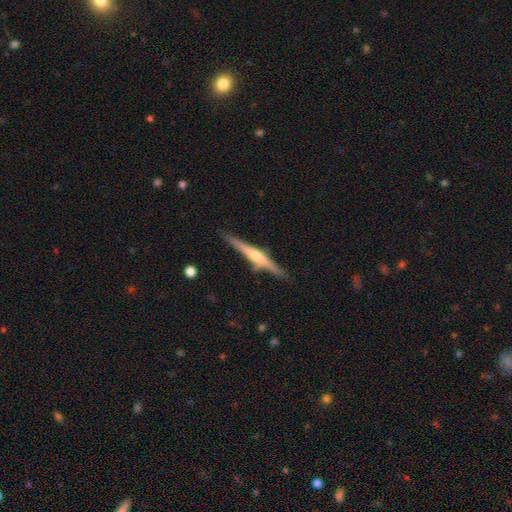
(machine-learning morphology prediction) Smooth or featured: featured or disk — 77% (smooth — 17%)
Edge-on disk: yes — 98% (no — 2%)
Edge-on bulge: rounded — 81% (boxy — 10%)
Merging: none — 88% (minor disturbance — 9%)